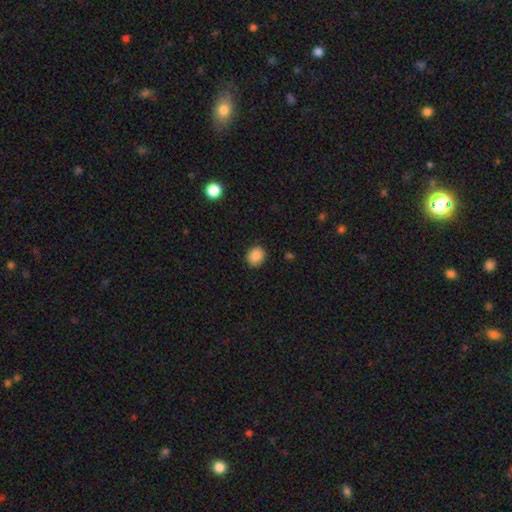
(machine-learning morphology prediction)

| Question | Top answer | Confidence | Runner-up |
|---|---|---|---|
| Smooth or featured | smooth | 88% | star or artifact (9%) |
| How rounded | round | 64% | in between (35%) |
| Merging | none | 88% | minor disturbance (9%) |